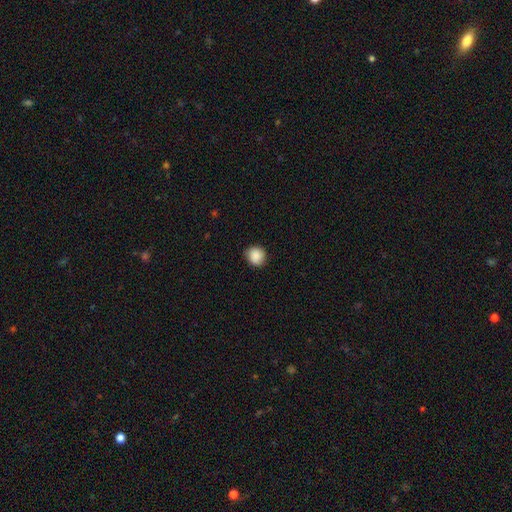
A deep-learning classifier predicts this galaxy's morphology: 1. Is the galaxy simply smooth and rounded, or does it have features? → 88% smooth, 8% star or artifact, 3% featured or disk.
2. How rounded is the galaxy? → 87% round, 12% in between, 1% cigar-shaped.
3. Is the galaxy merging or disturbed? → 85% none, 12% minor disturbance, 2% major disturbance, 1% merger.